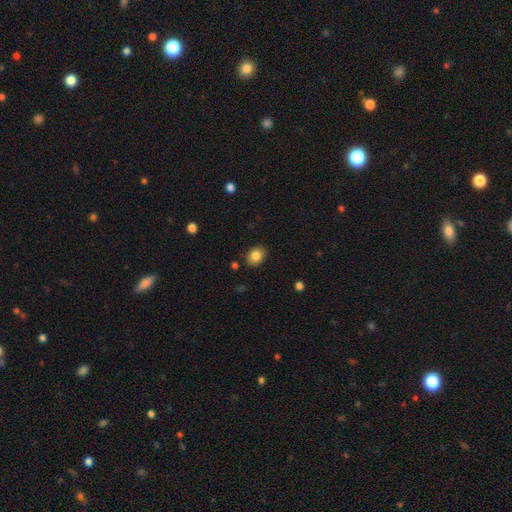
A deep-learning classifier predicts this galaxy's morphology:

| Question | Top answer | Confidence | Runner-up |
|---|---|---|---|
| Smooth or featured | smooth | 84% | star or artifact (9%) |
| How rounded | in between | 62% | round (37%) |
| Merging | none | 85% | minor disturbance (11%) |